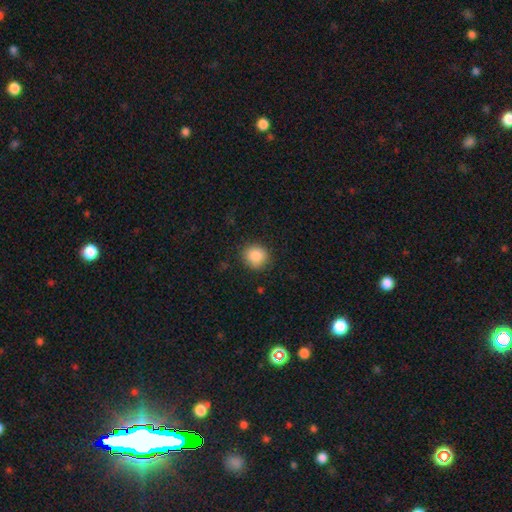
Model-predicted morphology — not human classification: Q: Smooth or featured?
A: smooth (88%); runner-up: star or artifact (9%)
Q: How rounded?
A: round (88%); runner-up: in between (11%)
Q: Merging?
A: none (87%); runner-up: minor disturbance (9%)